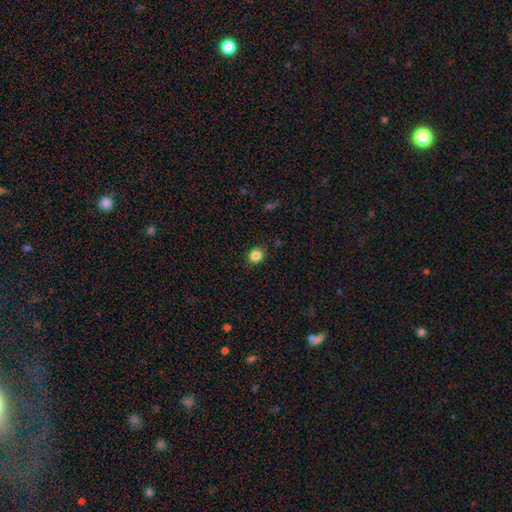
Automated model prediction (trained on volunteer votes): Smooth or featured: smooth — 84% (star or artifact — 11%)
How rounded: round — 77% (in between — 22%)
Merging: none — 89% (minor disturbance — 8%)